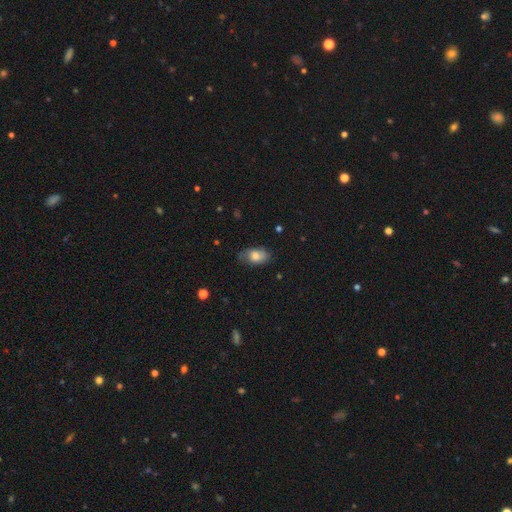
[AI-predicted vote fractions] A smooth galaxy with no disk features (70%) that is in between round and cigar-shaped (88%).

Vote fractions:
- Smooth or featured? smooth: 70% / featured or disk: 21% / star or artifact: 9%
- How rounded? in between: 88% / round: 10% / cigar-shaped: 2%
- Merging? none: 71% / minor disturbance: 23% / major disturbance: 5% / merger: 1%